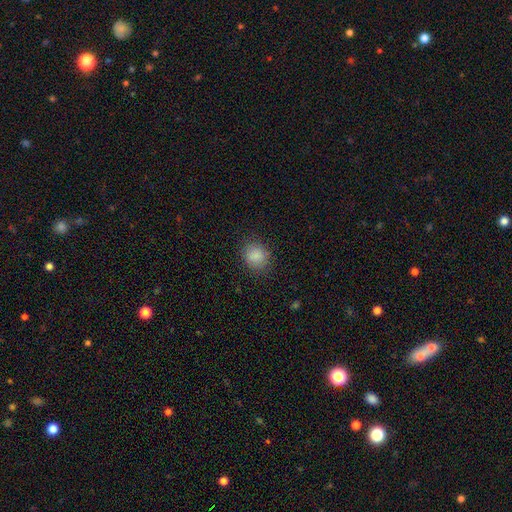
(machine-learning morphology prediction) This is clearly a smooth galaxy (87%). How rounded: likely round (71%). Merging: clearly none (84%).